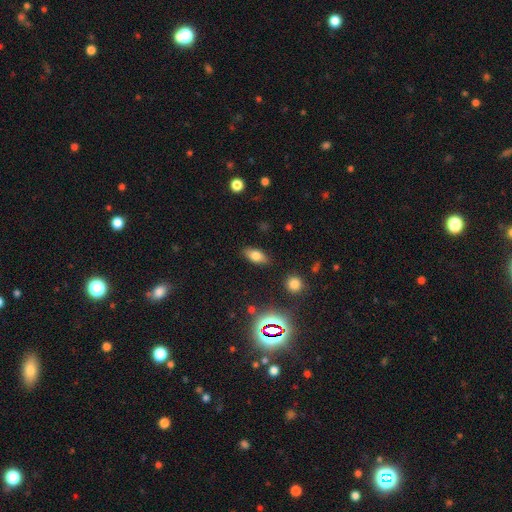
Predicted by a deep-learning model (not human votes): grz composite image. It shows a smooth galaxy with no disk features (71%) that is in between round and cigar-shaped (84%). Merging: none (86%).